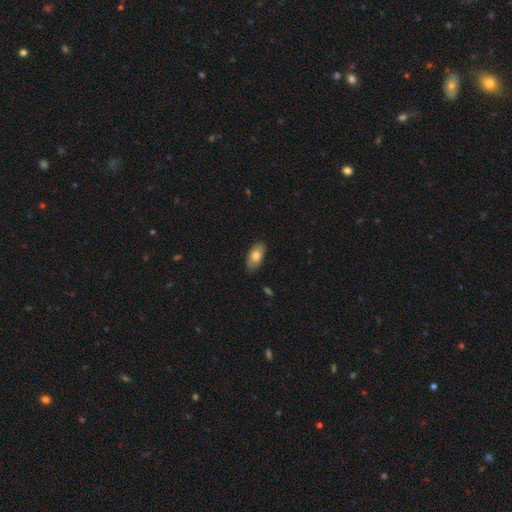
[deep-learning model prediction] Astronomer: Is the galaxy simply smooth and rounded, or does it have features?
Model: smooth — 77%.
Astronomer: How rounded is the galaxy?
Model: in between — 93%.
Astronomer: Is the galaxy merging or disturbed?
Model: none — 85%.